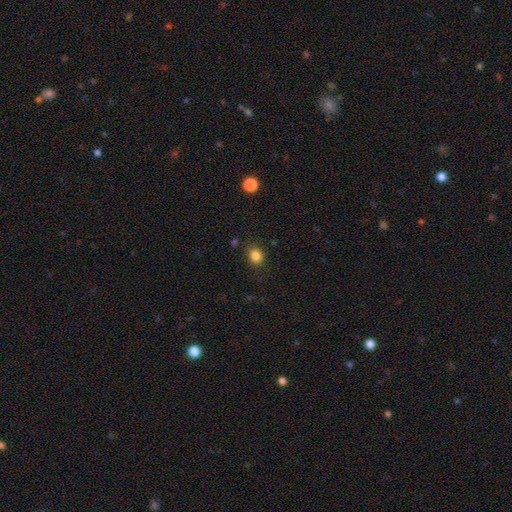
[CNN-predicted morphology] type=smooth (84%); roundness=round (59%); merging=none (84%).